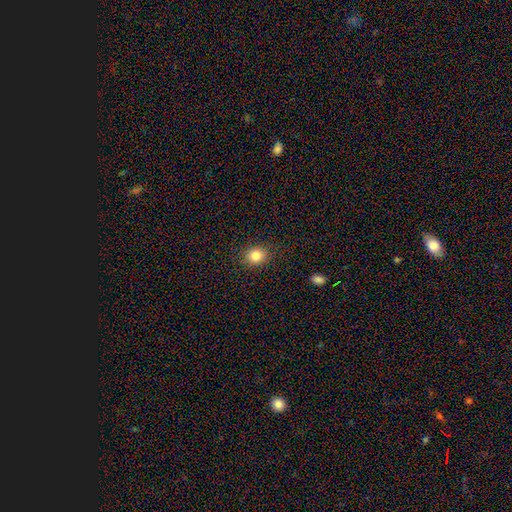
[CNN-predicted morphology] smooth-or-featured: smooth: 83% | star or artifact: 11% | featured or disk: 6%
  how-rounded: round: 69% | in between: 30% | cigar-shaped: 1%
  merging: none: 88% | minor disturbance: 9% | major disturbance: 2% | merger: 1%